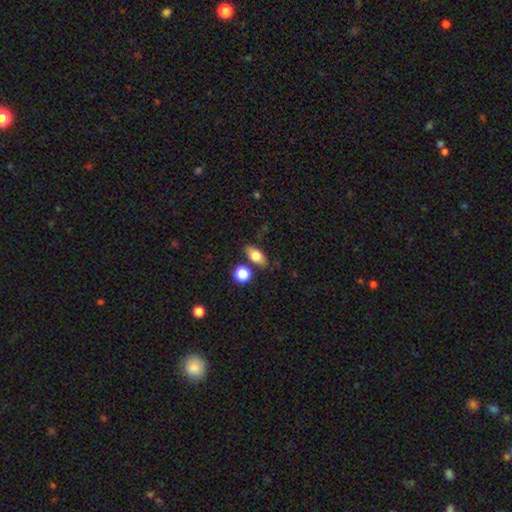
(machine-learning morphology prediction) Overall: smooth (75%). How rounded: in between (80%). Merging: none (77%).